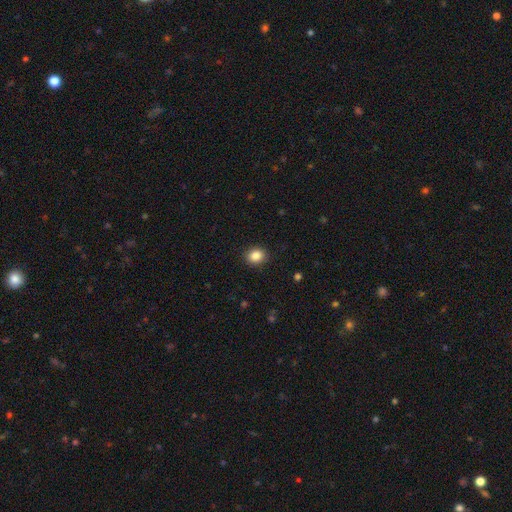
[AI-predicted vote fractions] Overall: smooth (85%). How rounded: round (65%; in between 35%). Merging: none (91%).